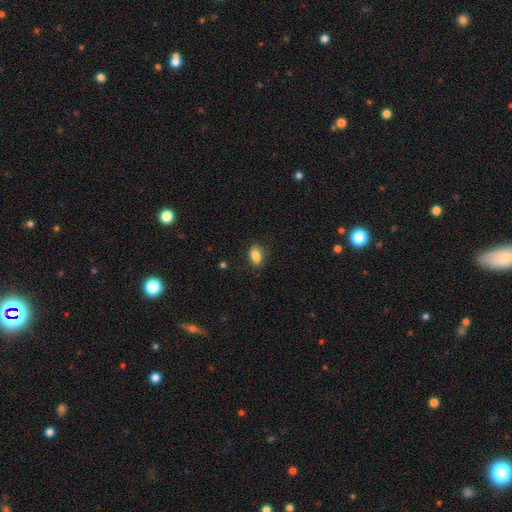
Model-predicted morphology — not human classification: This appears to be a smooth galaxy with no disk features (85%) that is in between round and cigar-shaped (86%). Merging: none (76%).